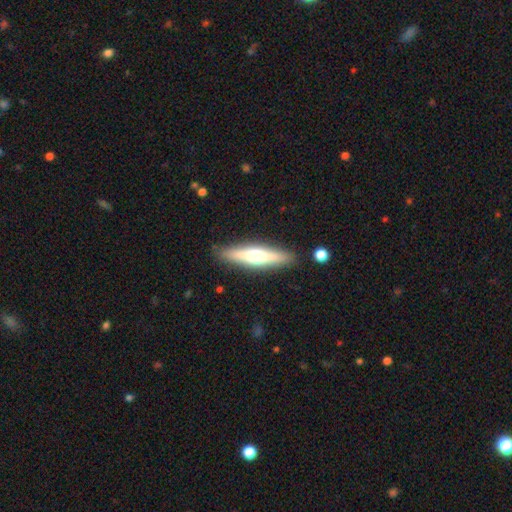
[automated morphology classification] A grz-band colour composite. It shows a featured or disk galaxy (51%) viewed edge-on (92%). Merging: none (88%).